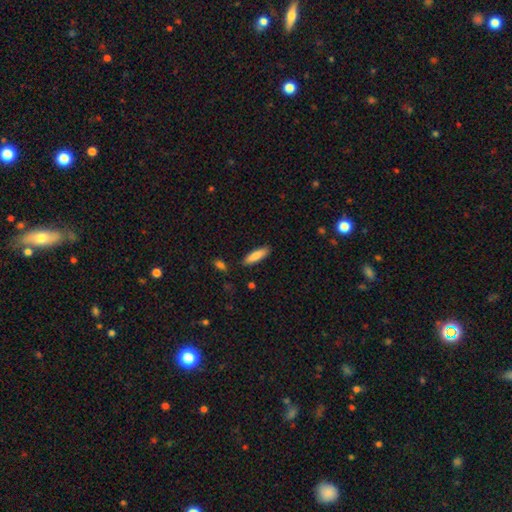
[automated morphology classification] type=smooth (84%); roundness=cigar-shaped (60%); merging=none (86%).